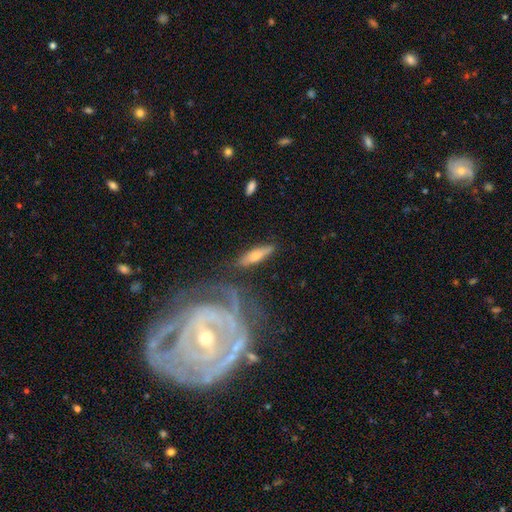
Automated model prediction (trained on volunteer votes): This is possibly a smooth galaxy (60%). How rounded: likely cigar-shaped (73%). Merging: likely none (78%).